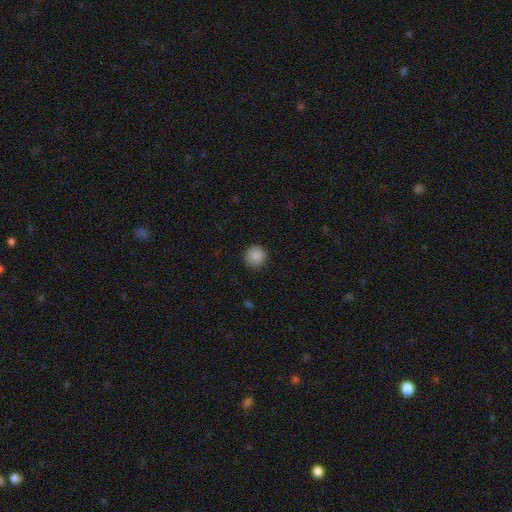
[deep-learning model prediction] smooth_or_featured: smooth (p=0.87) [alt: star or artifact p=0.09]
how_rounded: round (p=0.95) [alt: in between p=0.04]
merging: none (p=0.91) [alt: minor disturbance p=0.06]